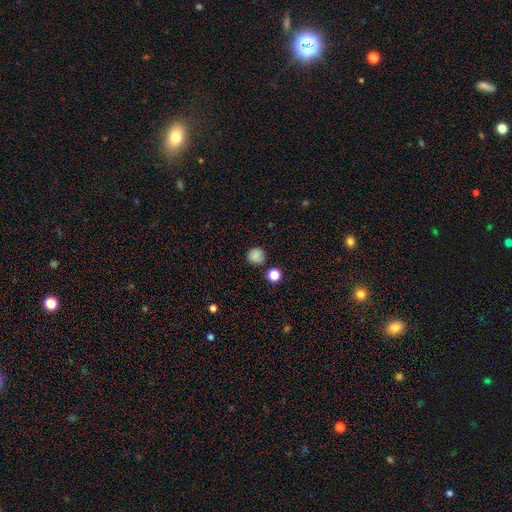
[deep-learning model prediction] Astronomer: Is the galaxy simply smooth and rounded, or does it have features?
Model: smooth — 84%.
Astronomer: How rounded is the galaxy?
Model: round — 91%.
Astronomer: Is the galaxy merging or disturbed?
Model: none — 82%.